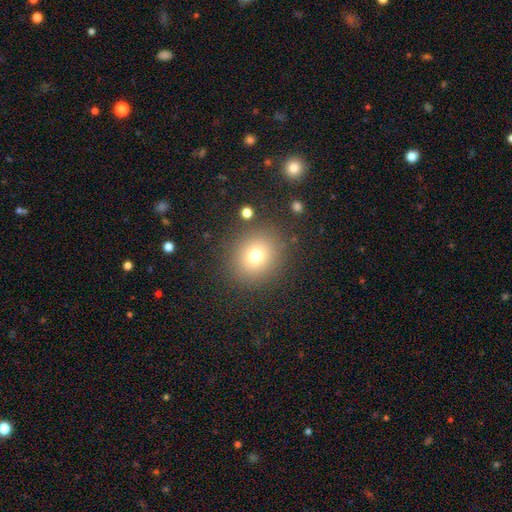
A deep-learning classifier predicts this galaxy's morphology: smooth-or-featured: smooth: 73% | star or artifact: 16% | featured or disk: 11%
  how-rounded: round: 85% | in between: 14% | cigar-shaped: 1%
  merging: none: 86% | minor disturbance: 8% | major disturbance: 4% | merger: 2%